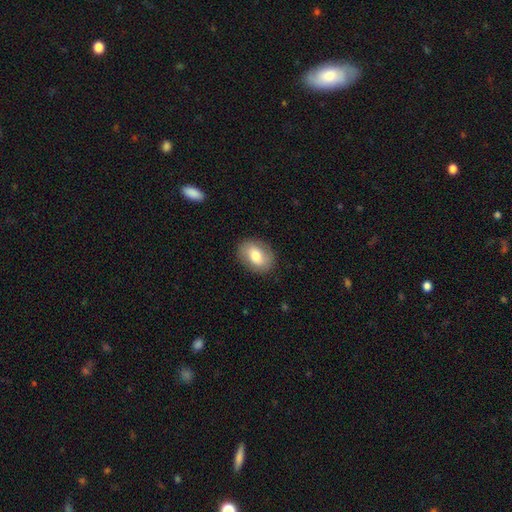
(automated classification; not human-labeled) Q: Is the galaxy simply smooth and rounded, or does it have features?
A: smooth — 71%.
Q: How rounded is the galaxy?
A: in between — 70%.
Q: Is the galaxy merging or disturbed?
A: none — 85%.